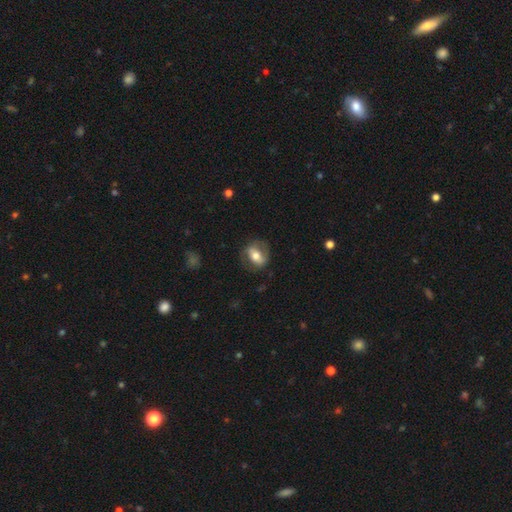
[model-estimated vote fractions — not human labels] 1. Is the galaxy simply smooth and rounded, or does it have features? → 47% featured or disk, 46% smooth, 7% star or artifact.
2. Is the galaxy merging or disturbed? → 73% none, 17% minor disturbance, 9% major disturbance, 1% merger.